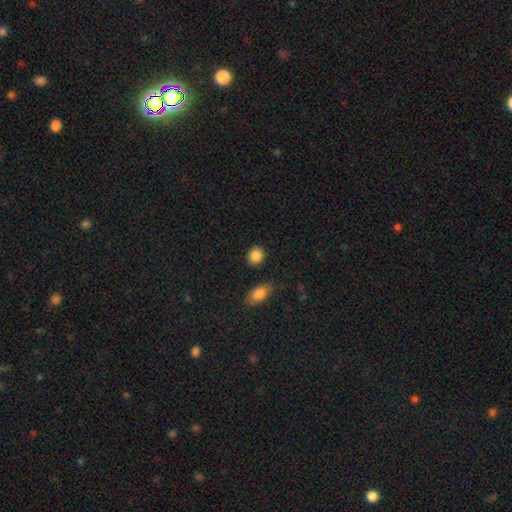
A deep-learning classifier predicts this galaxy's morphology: A smooth galaxy with no disk features (87%) that is round (66%).

Vote fractions:
- Smooth or featured? smooth: 87% / star or artifact: 8% / featured or disk: 4%
- How rounded? round: 66% / in between: 33% / cigar-shaped: 1%
- Merging? none: 86% / minor disturbance: 8% / merger: 3% / major disturbance: 2%